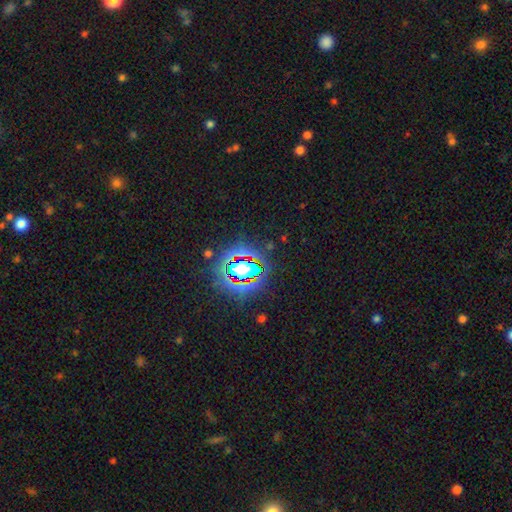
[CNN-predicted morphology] Smooth or featured? Predicted: star or artifact (p=0.81).